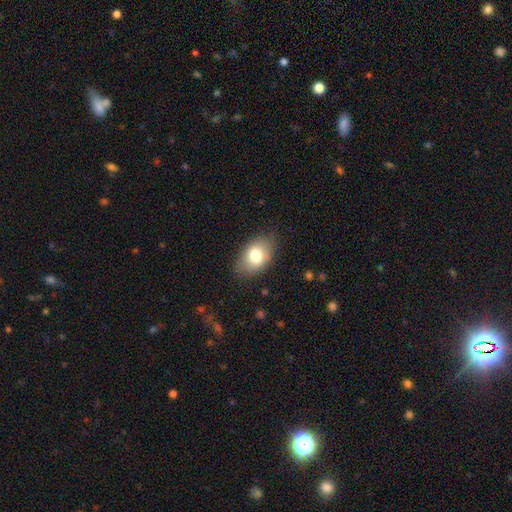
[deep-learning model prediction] smooth_or_featured: smooth (p=0.77) [alt: featured or disk p=0.15]
how_rounded: in between (p=0.88) [alt: round p=0.10]
merging: none (p=0.79) [alt: minor disturbance p=0.16]